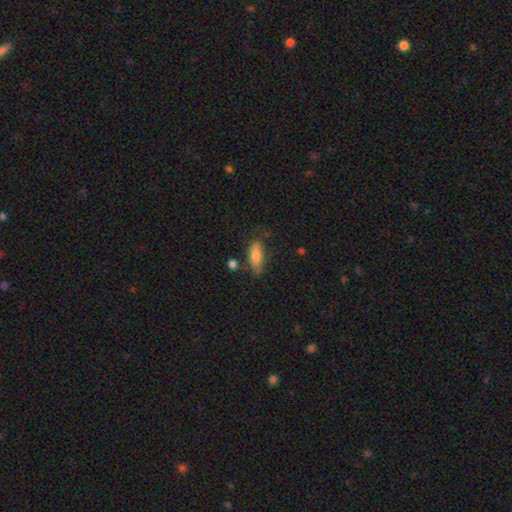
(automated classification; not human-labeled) smooth-or-featured: smooth: 75% | featured or disk: 17% | star or artifact: 8%
  how-rounded: in between: 71% | cigar-shaped: 26% | round: 3%
  merging: none: 65% | minor disturbance: 23% | major disturbance: 7% | merger: 5%